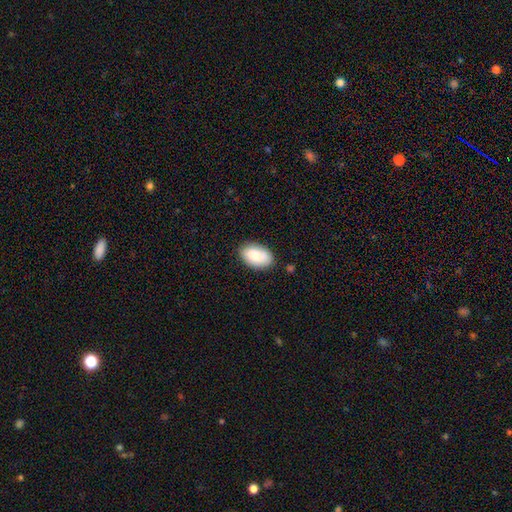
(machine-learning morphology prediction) This is likely a smooth galaxy (80%). How rounded: clearly in between (92%). Merging: clearly none (82%).